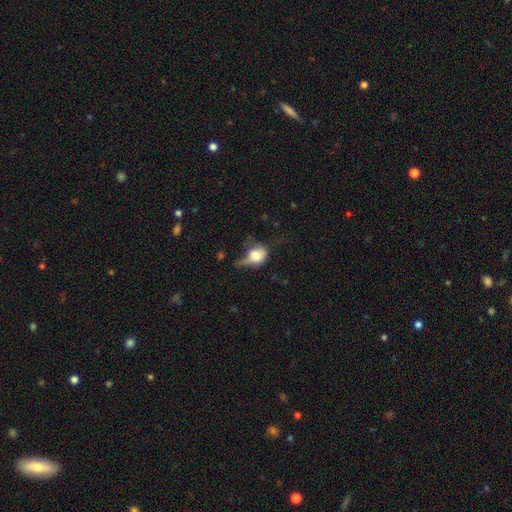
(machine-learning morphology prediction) Q: Smooth or featured?
A: smooth (64%); runner-up: featured or disk (26%)
Q: How rounded?
A: in between (51%); runner-up: round (46%)
Q: Merging?
A: major disturbance (36%); runner-up: minor disturbance (31%)